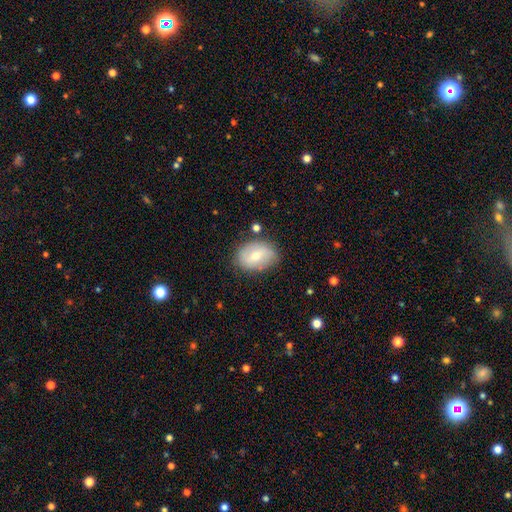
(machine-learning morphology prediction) A smooth galaxy with no disk features (57%) that is in between round and cigar-shaped (74%). Merging: none (76%).